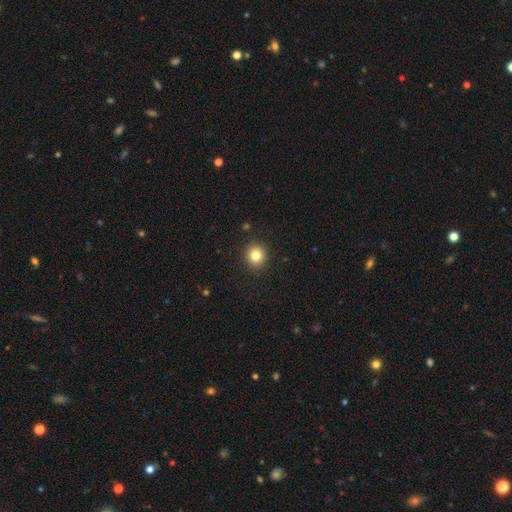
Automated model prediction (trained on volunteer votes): The model was most divided on "smooth or featured": smooth: 82%, star or artifact: 11%, featured or disk: 6%. More confident: merging — none (91%); how rounded — round (89%).